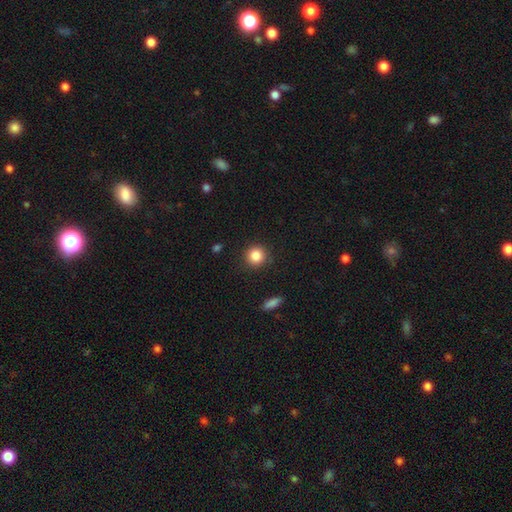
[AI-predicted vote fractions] A smooth galaxy with no disk features (85%) that is round (92%).

Vote fractions:
- Smooth or featured? smooth: 85% / star or artifact: 10% / featured or disk: 5%
- How rounded? round: 92% / in between: 7% / cigar-shaped: 1%
- Merging? none: 88% / minor disturbance: 8% / major disturbance: 2% / merger: 1%